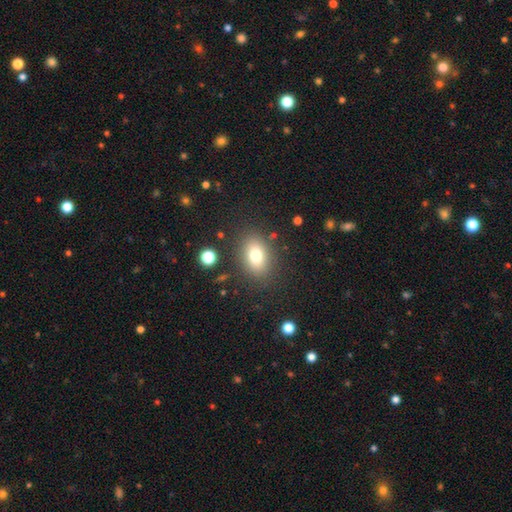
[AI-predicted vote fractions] Q: Smooth or featured?
A: smooth (76%); runner-up: featured or disk (12%)
Q: How rounded?
A: in between (76%); runner-up: round (22%)
Q: Merging?
A: none (83%); runner-up: minor disturbance (10%)